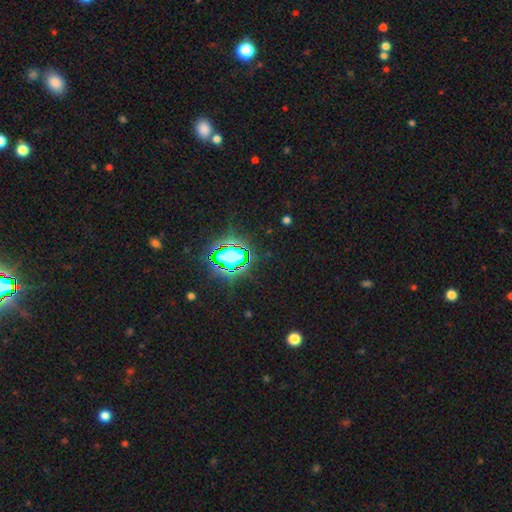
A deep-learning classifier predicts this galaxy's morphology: A star or artifact, not a galaxy (78%).

Vote fractions:
- Smooth or featured? star or artifact: 78% / smooth: 14% / featured or disk: 9%